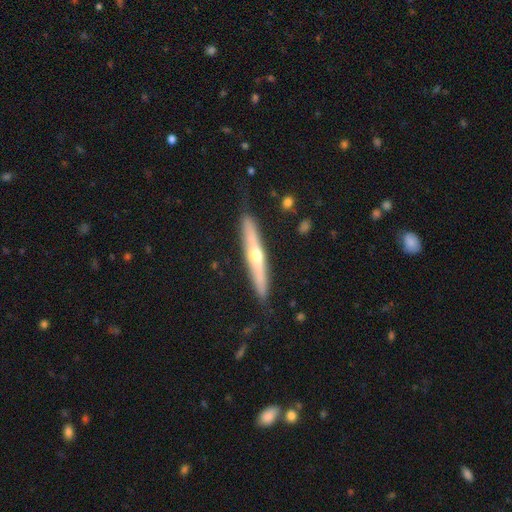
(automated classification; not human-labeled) Smooth or featured?
  - featured or disk: 59% *
  - smooth: 35%
  - star or artifact: 6%
Edge-on disk?
  - yes: 92% *
  - no: 8%
Edge-on bulge?
  - rounded: 84% *
  - none: 13%
  - boxy: 3%
Merging?
  - none: 86% *
  - minor disturbance: 11%
  - major disturbance: 2%
  - merger: 1%